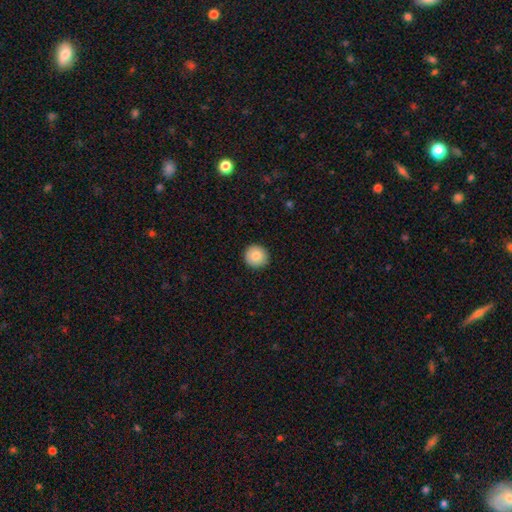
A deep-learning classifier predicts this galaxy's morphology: smooth_or_featured: smooth (p=0.83) [alt: featured or disk p=0.09]
how_rounded: round (p=0.95) [alt: in between p=0.04]
merging: none (p=0.92) [alt: minor disturbance p=0.06]